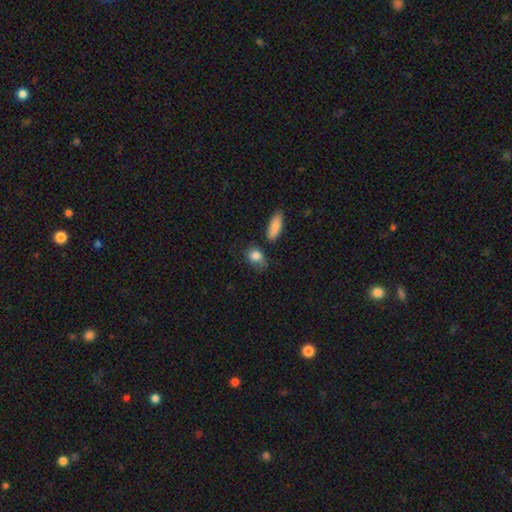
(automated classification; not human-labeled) Q: Smooth or featured?
A: smooth (83%); runner-up: star or artifact (8%)
Q: How rounded?
A: in between (51%); runner-up: round (46%)
Q: Merging?
A: none (50%); runner-up: minor disturbance (29%)